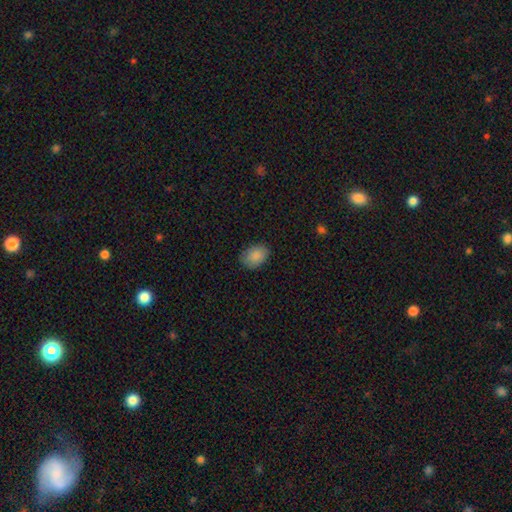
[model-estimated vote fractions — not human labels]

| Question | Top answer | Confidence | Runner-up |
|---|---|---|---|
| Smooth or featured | smooth | 88% | star or artifact (7%) |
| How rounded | in between | 78% | round (21%) |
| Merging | none | 82% | minor disturbance (14%) |